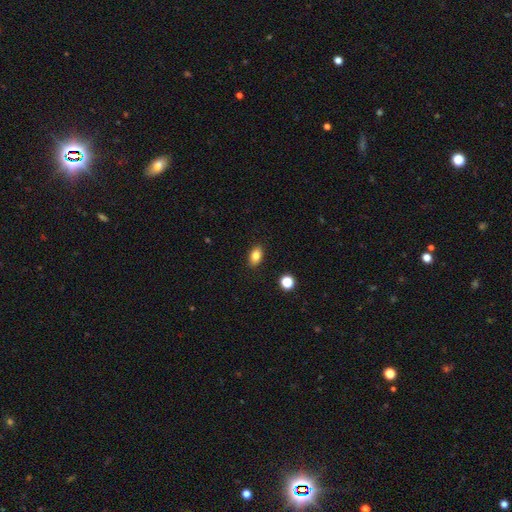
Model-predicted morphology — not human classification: Smooth or featured? smooth (82%)
How rounded? in between (86%)
Merging? none (88%)